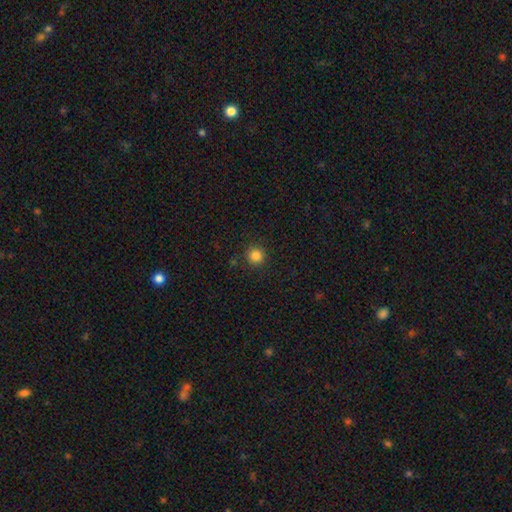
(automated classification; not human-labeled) This is clearly a smooth galaxy (84%). How rounded: clearly round (95%). Merging: clearly none (90%).